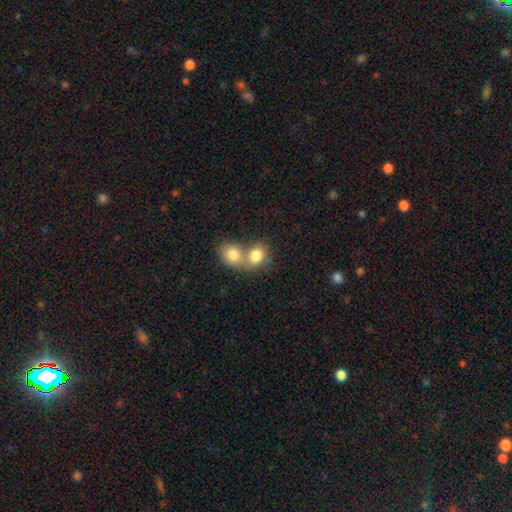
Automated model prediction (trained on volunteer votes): The model was most divided on "how rounded": round: 53%, in between: 46%, cigar-shaped: 1%. More confident: smooth or featured — smooth (81%); merging — merger (65%).